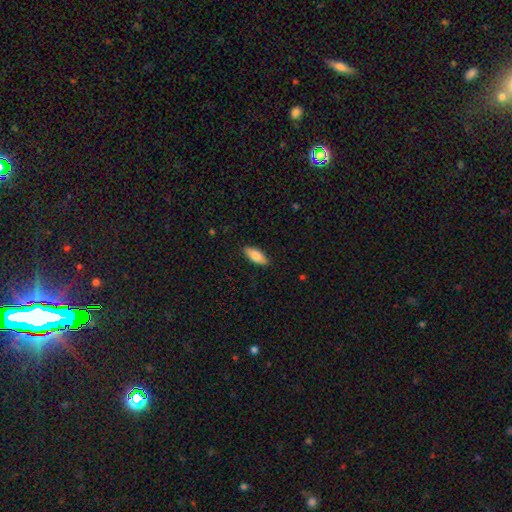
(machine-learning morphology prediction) This is likely a smooth galaxy (80%). How rounded: clearly in between (80%). Merging: clearly none (88%).